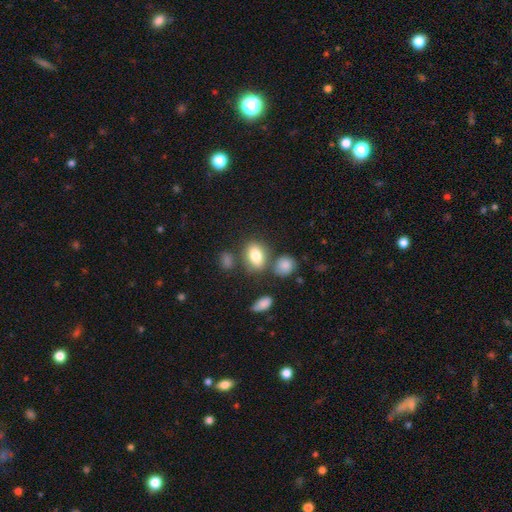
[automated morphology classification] A smooth galaxy with no disk features (80%) that is in between round and cigar-shaped (79%).

Vote fractions:
- Smooth or featured? smooth: 80% / featured or disk: 11% / star or artifact: 9%
- How rounded? in between: 79% / round: 19% / cigar-shaped: 2%
- Merging? none: 68% / minor disturbance: 14% / merger: 13% / major disturbance: 5%